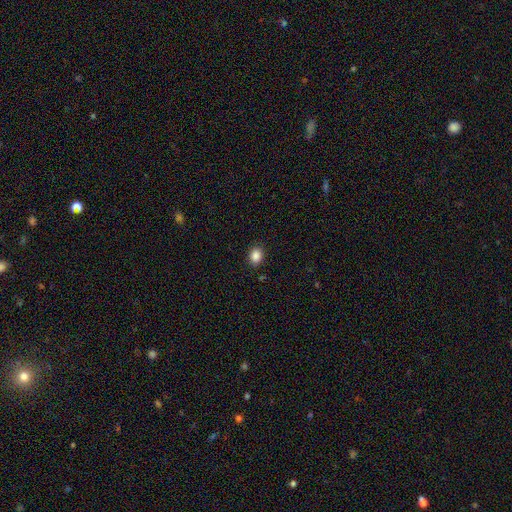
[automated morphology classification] This is clearly a smooth galaxy (87%). How rounded: possibly in between (56%). Merging: clearly none (88%).